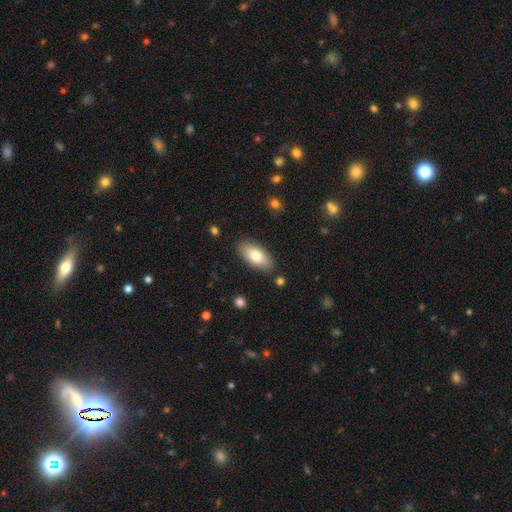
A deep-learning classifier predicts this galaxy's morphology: Smooth or featured?
  - smooth: 77% *
  - featured or disk: 17%
  - star or artifact: 6%
How rounded?
  - in between: 90% *
  - cigar-shaped: 7%
  - round: 3%
Merging?
  - none: 86% *
  - minor disturbance: 10%
  - major disturbance: 2%
  - merger: 2%